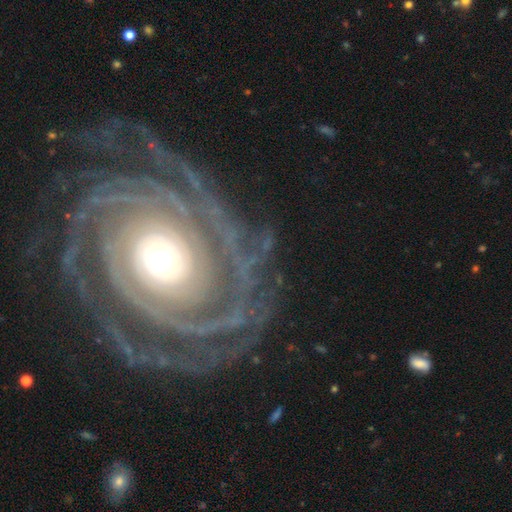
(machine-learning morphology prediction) featured or disk 91%, star or artifact 5%, smooth 4%. Down the decision tree: edge-on disk — no (97%); bar — no (77%); spiral arms — yes (98%); spiral arm count — more than 4 (22%); spiral winding — tight (84%); bulge size — moderate (63%); merging — none (78%).